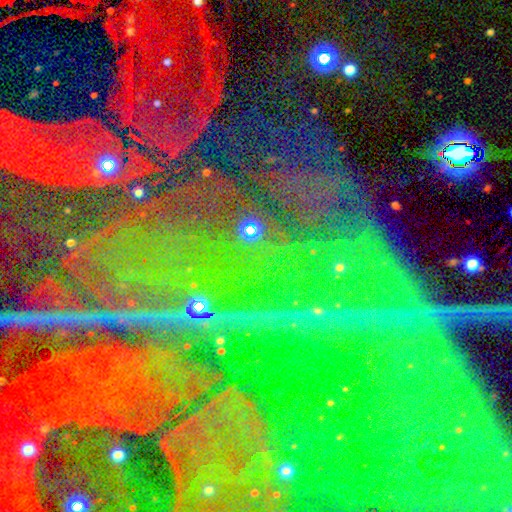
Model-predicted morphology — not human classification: Smooth or featured?
  - star or artifact: 77% *
  - smooth: 13%
  - featured or disk: 10%